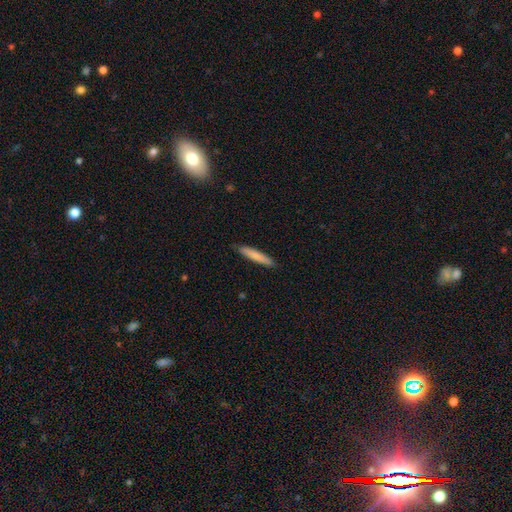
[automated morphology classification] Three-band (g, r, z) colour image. It shows a smooth galaxy with no disk features (79%) that is cigar-shaped (92%). Merging: none (88%).